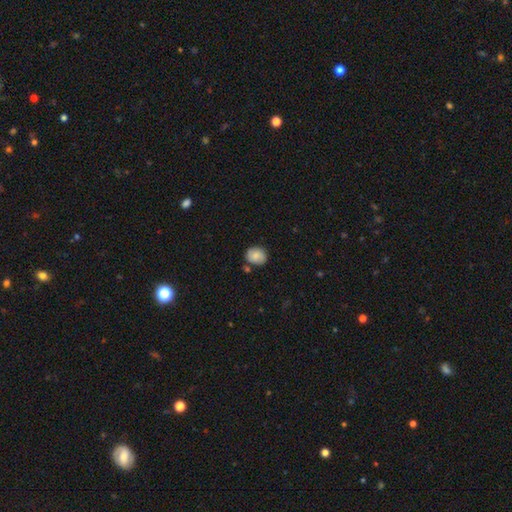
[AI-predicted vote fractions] Smooth or featured: smooth — 79% (featured or disk — 13%)
How rounded: round — 65% (in between — 34%)
Merging: none — 76% (minor disturbance — 15%)